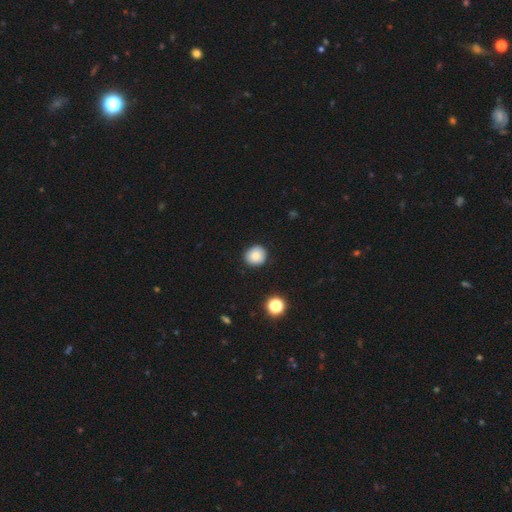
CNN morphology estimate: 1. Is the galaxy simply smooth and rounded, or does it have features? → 84% smooth, 10% star or artifact, 6% featured or disk.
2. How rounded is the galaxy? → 88% round, 11% in between, 1% cigar-shaped.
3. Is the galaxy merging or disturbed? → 89% none, 8% minor disturbance, 2% major disturbance, 1% merger.